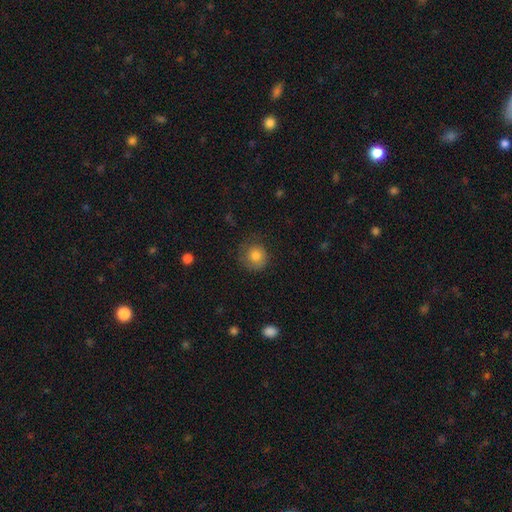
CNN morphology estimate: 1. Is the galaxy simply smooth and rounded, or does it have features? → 79% smooth, 12% featured or disk, 9% star or artifact.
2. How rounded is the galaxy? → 90% round, 9% in between, 1% cigar-shaped.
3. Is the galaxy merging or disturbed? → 72% none, 19% minor disturbance, 8% major disturbance, 1% merger.